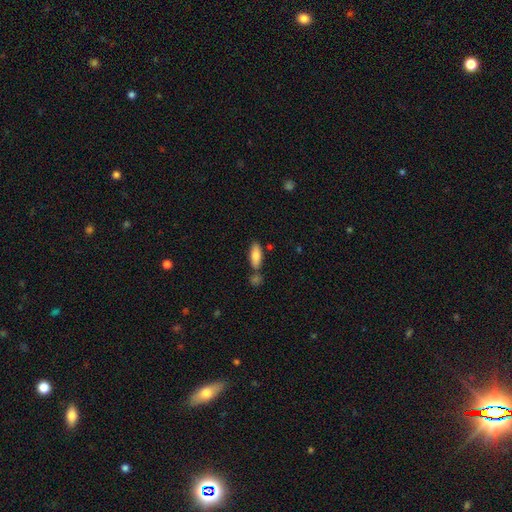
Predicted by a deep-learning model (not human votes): Smooth or featured: smooth — 82% (featured or disk — 11%)
How rounded: in between — 73% (cigar-shaped — 25%)
Merging: none — 69% (merger — 15%)